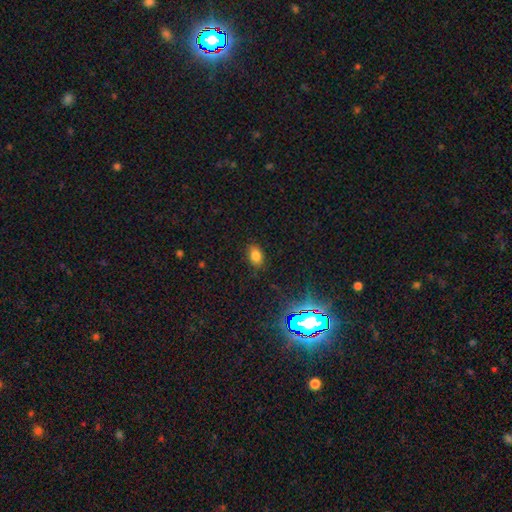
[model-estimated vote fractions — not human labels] A smooth galaxy with no disk features (77%) that is in between round and cigar-shaped (84%).

Vote fractions:
- Smooth or featured? smooth: 77% / star or artifact: 16% / featured or disk: 7%
- How rounded? in between: 84% / round: 14% / cigar-shaped: 2%
- Merging? none: 85% / minor disturbance: 11% / major disturbance: 3% / merger: 1%